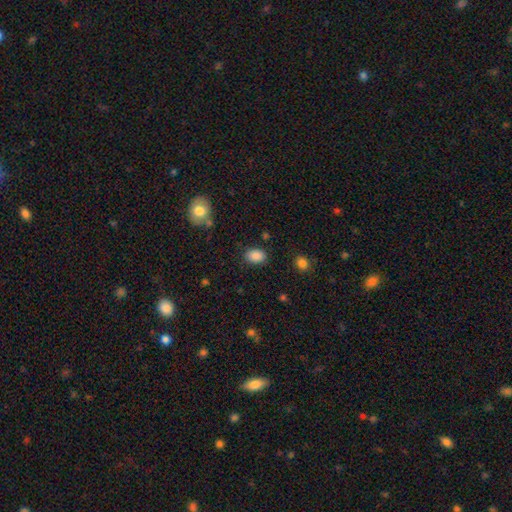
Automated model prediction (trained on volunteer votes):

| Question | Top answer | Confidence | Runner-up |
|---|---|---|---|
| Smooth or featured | smooth | 88% | star or artifact (9%) |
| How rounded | in between | 77% | round (22%) |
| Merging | none | 84% | minor disturbance (11%) |